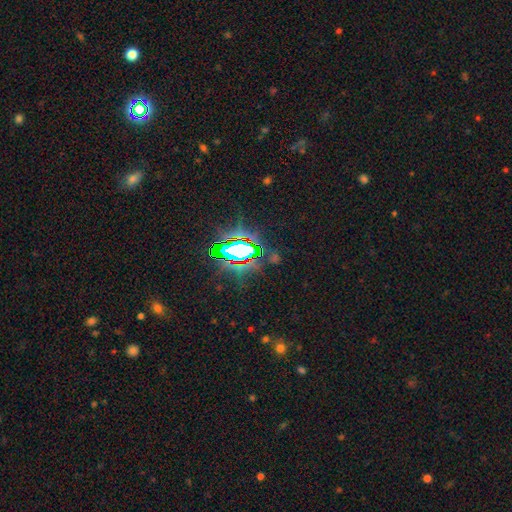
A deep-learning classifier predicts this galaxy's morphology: Smooth or featured: star or artifact — 77% (smooth — 14%)